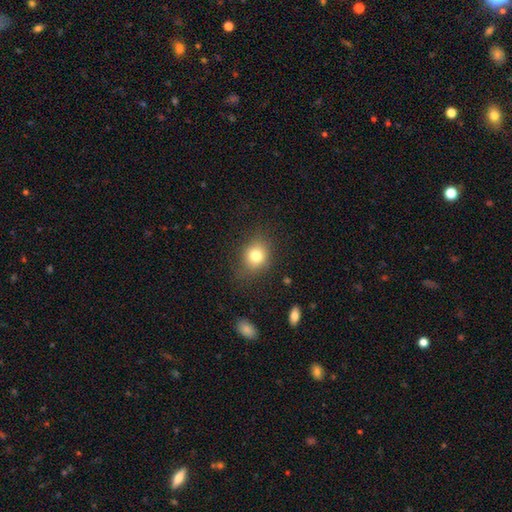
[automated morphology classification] A smooth galaxy with no disk features (78%) that is round (63%).

Vote fractions:
- Smooth or featured? smooth: 78% / star or artifact: 12% / featured or disk: 10%
- How rounded? round: 63% / in between: 36% / cigar-shaped: 1%
- Merging? none: 74% / minor disturbance: 18% / major disturbance: 7% / merger: 2%